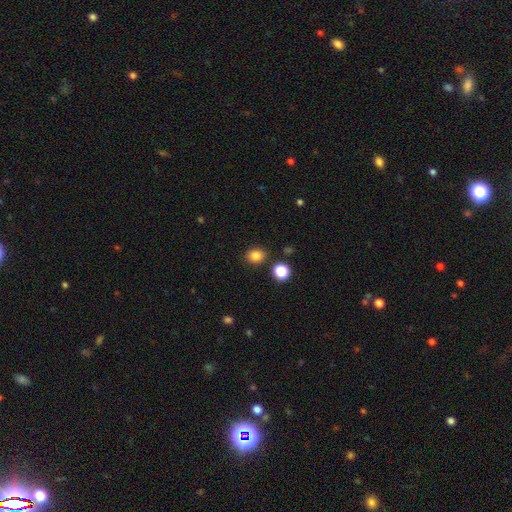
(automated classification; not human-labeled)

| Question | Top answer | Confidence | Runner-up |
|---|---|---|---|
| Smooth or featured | smooth | 84% | star or artifact (12%) |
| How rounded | round | 58% | in between (41%) |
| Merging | none | 85% | minor disturbance (9%) |